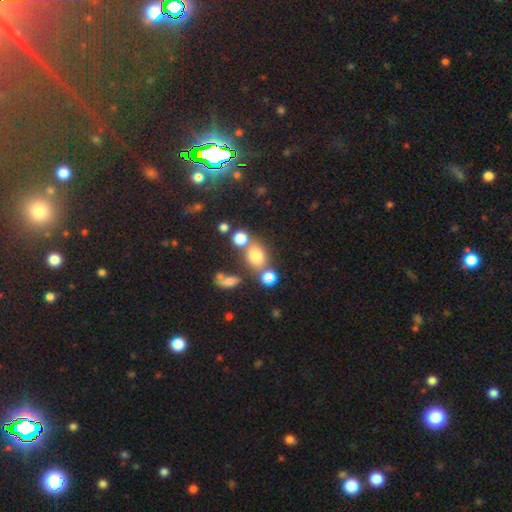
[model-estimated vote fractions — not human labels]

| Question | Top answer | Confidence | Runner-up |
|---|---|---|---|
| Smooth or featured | smooth | 74% | star or artifact (16%) |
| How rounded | round | 53% | in between (45%) |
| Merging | none | 56% | merger (26%) |